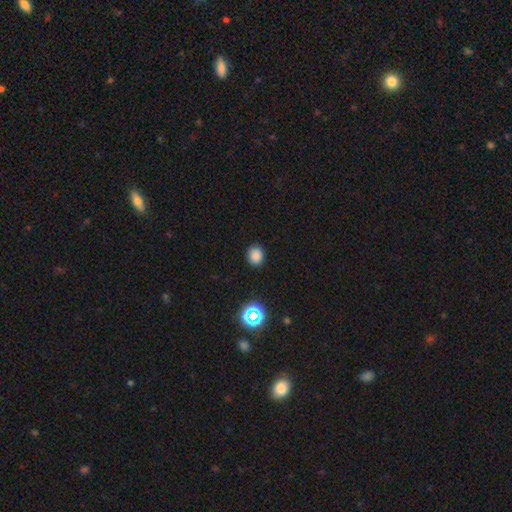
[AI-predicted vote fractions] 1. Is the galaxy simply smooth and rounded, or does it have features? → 82% smooth, 15% star or artifact, 4% featured or disk.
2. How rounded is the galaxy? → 68% round, 31% in between, 1% cigar-shaped.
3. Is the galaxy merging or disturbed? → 88% none, 9% minor disturbance, 2% major disturbance, 1% merger.